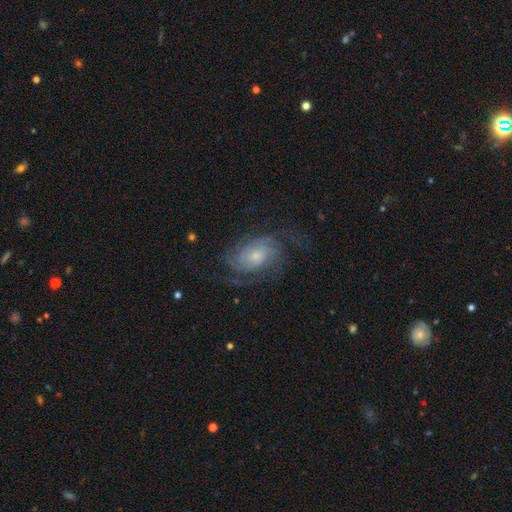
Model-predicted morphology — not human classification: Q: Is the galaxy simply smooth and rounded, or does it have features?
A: featured or disk — 83%.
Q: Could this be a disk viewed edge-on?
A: no — 97%.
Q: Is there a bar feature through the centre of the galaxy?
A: no — 73%.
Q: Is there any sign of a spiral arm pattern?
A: yes — 95%.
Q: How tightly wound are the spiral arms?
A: tight — 49%.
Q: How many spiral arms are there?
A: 2 — 32%.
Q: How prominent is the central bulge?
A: small — 58%.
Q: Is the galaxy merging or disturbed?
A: none — 67%.